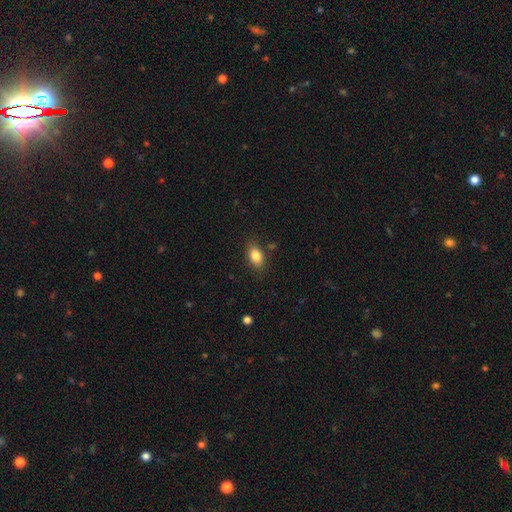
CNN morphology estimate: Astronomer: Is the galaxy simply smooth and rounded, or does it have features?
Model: smooth — 84%.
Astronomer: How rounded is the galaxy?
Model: in between — 87%.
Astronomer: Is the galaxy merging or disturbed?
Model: none — 83%.